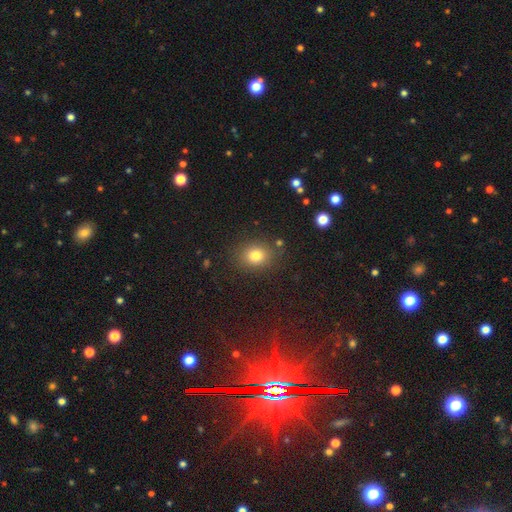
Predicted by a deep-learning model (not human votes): Smooth or featured? smooth (78%)
How rounded? round (61%)
Merging? none (83%)